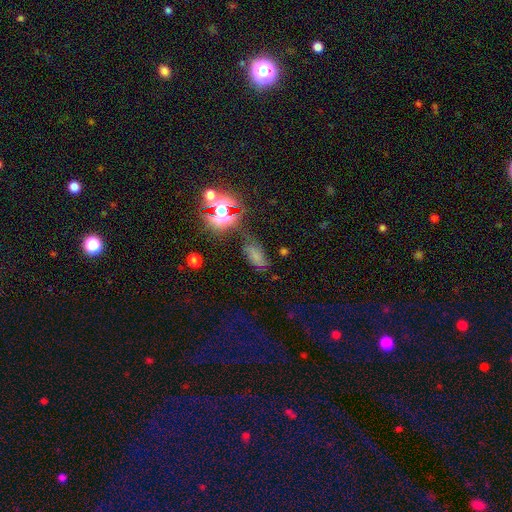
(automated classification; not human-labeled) This is marginally a smooth galaxy (44%). Merging: possibly none (54%).